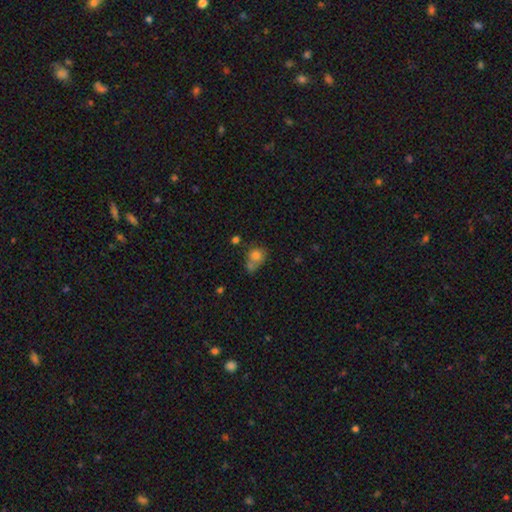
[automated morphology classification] smooth-or-featured: smooth: 76% | star or artifact: 12% | featured or disk: 12%
  how-rounded: round: 72% | in between: 27% | cigar-shaped: 1%
  merging: merger: 43% | none: 38% | minor disturbance: 13% | major disturbance: 6%